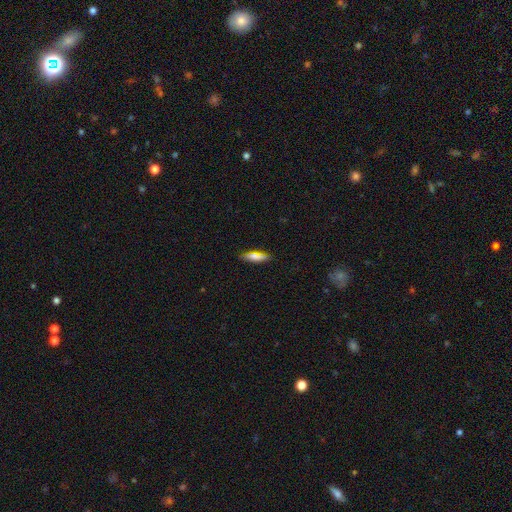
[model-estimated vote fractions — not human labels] A smooth galaxy with no disk features (67%) that is cigar-shaped (70%). Merging: none (86%).